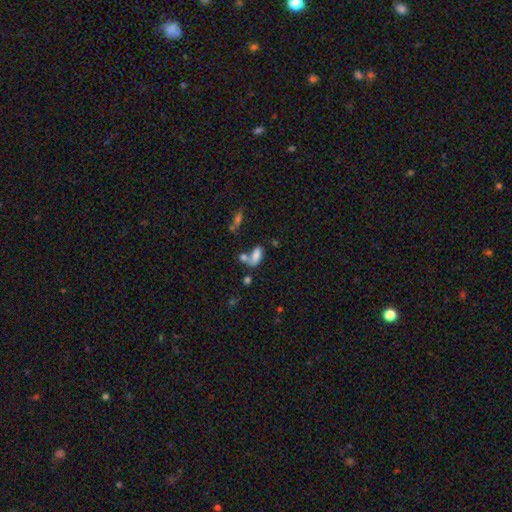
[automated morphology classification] A smooth galaxy with no disk features (76%) that is in between round and cigar-shaped (85%).

Vote fractions:
- Smooth or featured? smooth: 76% / featured or disk: 12% / star or artifact: 12%
- How rounded? in between: 85% / cigar-shaped: 10% / round: 5%
- Merging? merger: 44% / none: 34% / minor disturbance: 14% / major disturbance: 8%